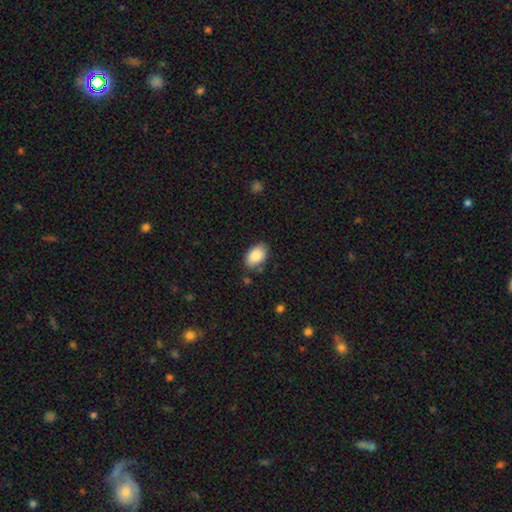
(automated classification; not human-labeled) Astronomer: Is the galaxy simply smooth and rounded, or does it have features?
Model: smooth — 88%.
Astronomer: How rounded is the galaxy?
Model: in between — 90%.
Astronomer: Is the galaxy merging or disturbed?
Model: none — 81%.